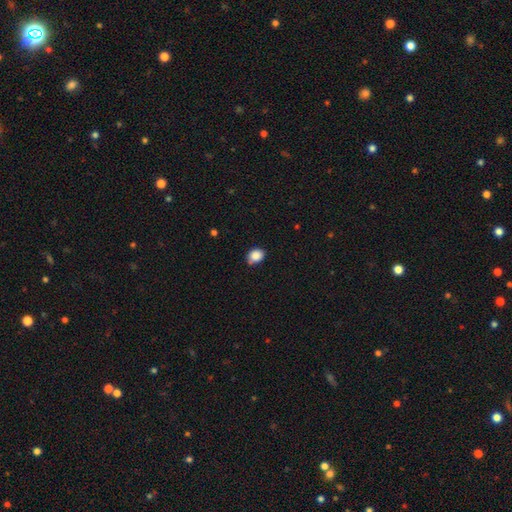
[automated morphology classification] smooth 87%, star or artifact 9%, featured or disk 4%. Down the decision tree: how rounded — in between (53%); merging — none (71%).